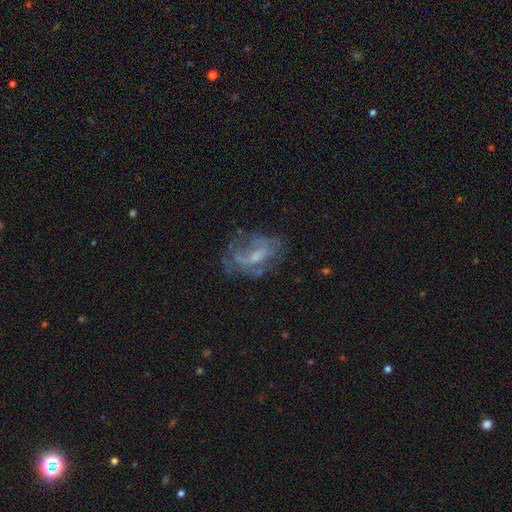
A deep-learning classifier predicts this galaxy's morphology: This is likely a featured or disk galaxy (63%). It is clearly not viewed edge-on (95%). Bar: possibly no (46%). Spiral arm pattern: possibly yes (50%, tied with no). Central bulge: marginally small (41%). Merging: possibly none (48%).